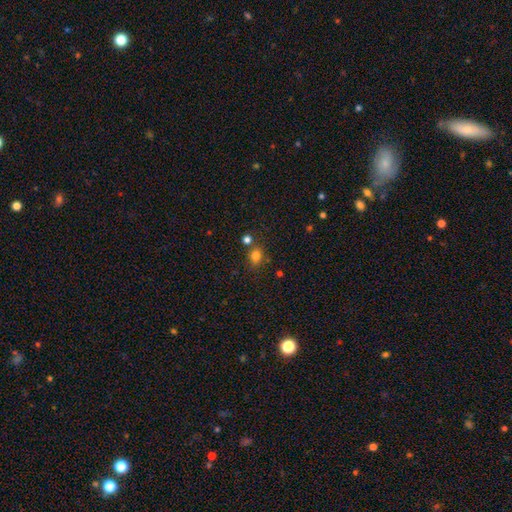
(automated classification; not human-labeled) smooth 79%, star or artifact 15%, featured or disk 7%. Down the decision tree: how rounded — round (52%); merging — none (69%).